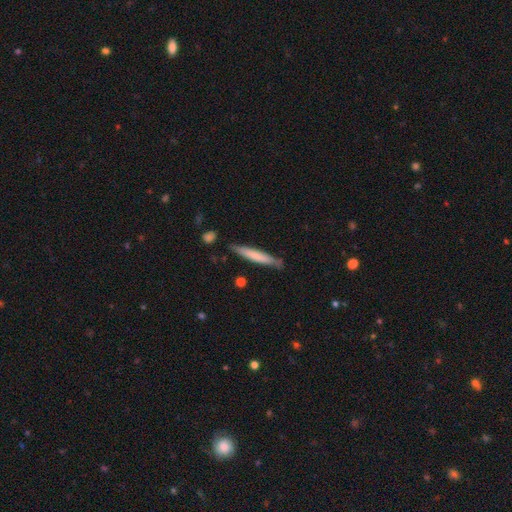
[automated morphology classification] Q: Smooth or featured?
A: smooth (64%); runner-up: featured or disk (30%)
Q: How rounded?
A: cigar-shaped (94%); runner-up: in between (5%)
Q: Merging?
A: none (81%); runner-up: minor disturbance (14%)